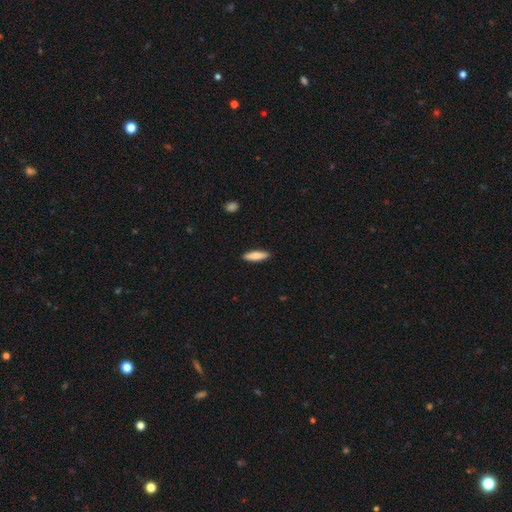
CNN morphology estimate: The model was most divided on "how rounded": cigar-shaped: 68%, in between: 30%, round: 2%. More confident: merging — none (90%); smooth or featured — smooth (78%).